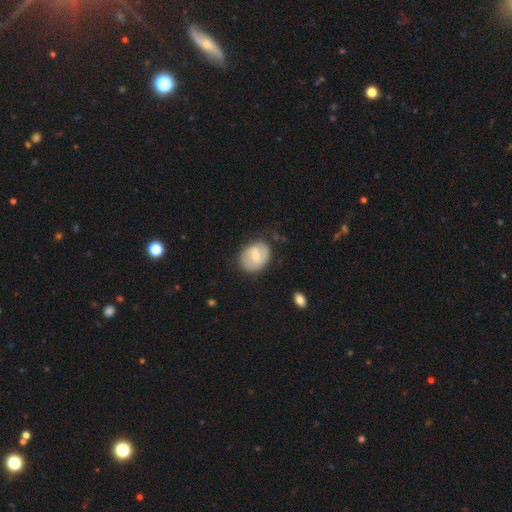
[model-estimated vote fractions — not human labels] Overall: featured or disk (48%; smooth 46%). Merging: none (74%).